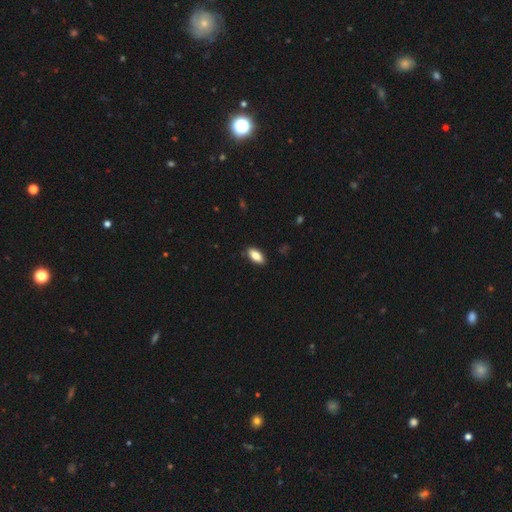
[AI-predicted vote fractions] This appears to be a smooth galaxy with no disk features (84%) that is in between round and cigar-shaped (88%). Merging: none (88%).